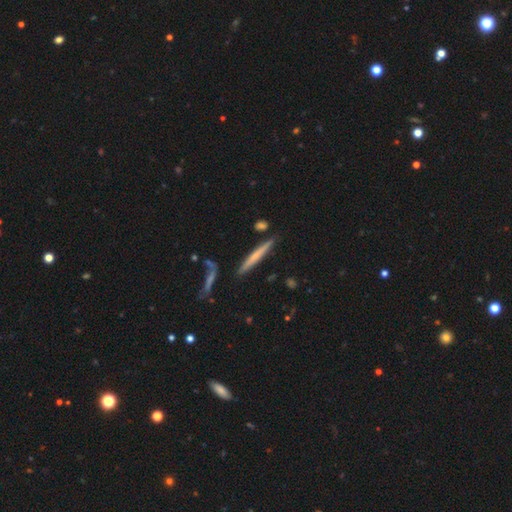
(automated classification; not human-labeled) Morphology: type=smooth (50%); merging=none (84%).